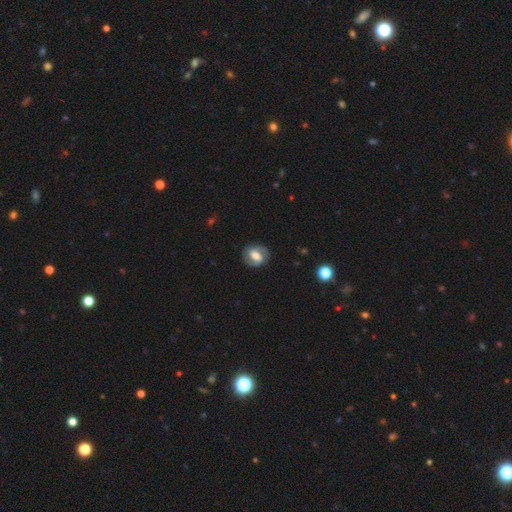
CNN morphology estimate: Q: Smooth or featured?
A: featured or disk (79%); runner-up: smooth (15%)
Q: Edge-on disk?
A: no (97%); runner-up: yes (3%)
Q: Bar?
A: weak (43%); runner-up: strong (39%)
Q: Spiral arms?
A: yes (91%); runner-up: no (9%)
Q: Spiral winding?
A: medium (50%); runner-up: tight (35%)
Q: Spiral arm count?
A: 2 (91%); runner-up: can't tell (4%)
Q: Bulge size?
A: moderate (49%); runner-up: large (30%)
Q: Merging?
A: none (83%); runner-up: minor disturbance (12%)